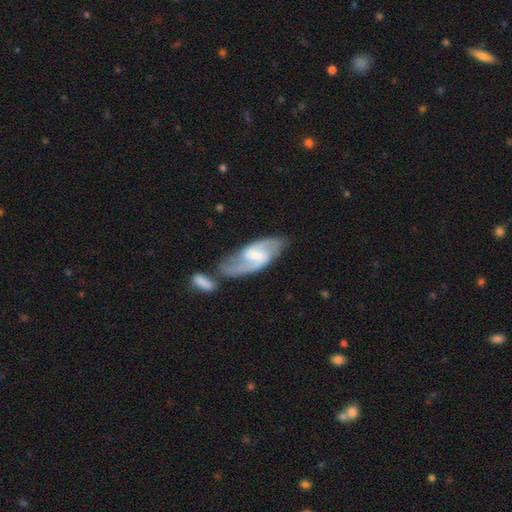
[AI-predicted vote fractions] smooth_or_featured: featured or disk (p=0.78) [alt: smooth p=0.17]
disk_edge_on: no (p=0.93) [alt: yes p=0.07]
bar: weak (p=0.50) [alt: strong p=0.37]
has_spiral_arms: yes (p=0.93) [alt: no p=0.07]
spiral_winding: medium (p=0.47) [alt: loose p=0.39]
spiral_arm_count: 2 (p=0.89) [alt: can't tell p=0.05]
bulge_size: small (p=0.39) [alt: moderate p=0.37]
merging: none (p=0.68) [alt: minor disturbance p=0.16]